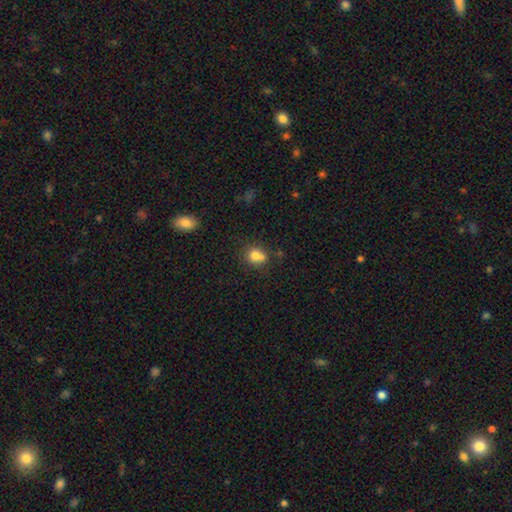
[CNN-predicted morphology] This is likely a smooth galaxy (76%). How rounded: likely round (70%). Merging: possibly none (50%).